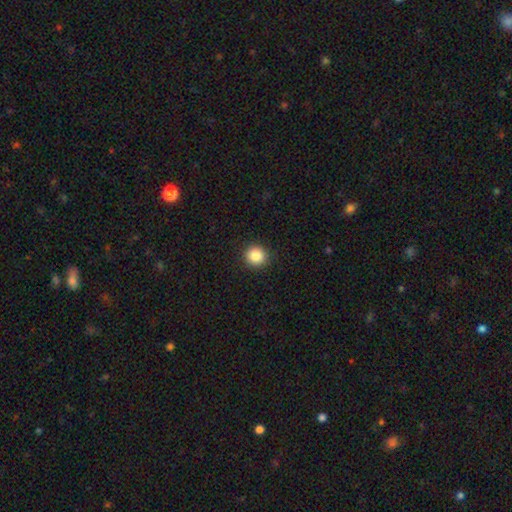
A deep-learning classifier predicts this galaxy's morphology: This appears to be a smooth galaxy with no disk features (86%) that is round (93%). Merging: none (92%).